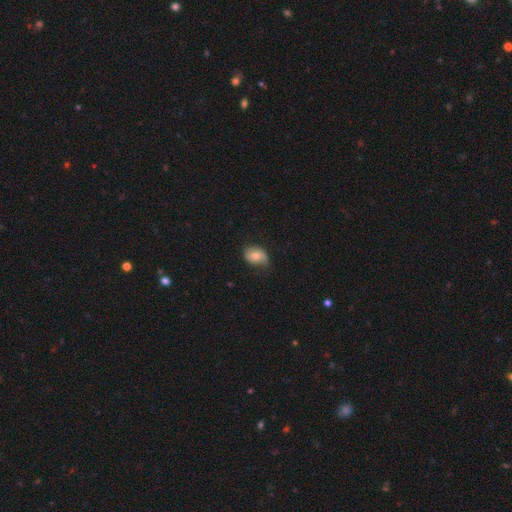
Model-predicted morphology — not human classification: Overall: smooth (66%; featured or disk 26%). How rounded: in between (74%). Merging: none (61%; minor disturbance 30%).